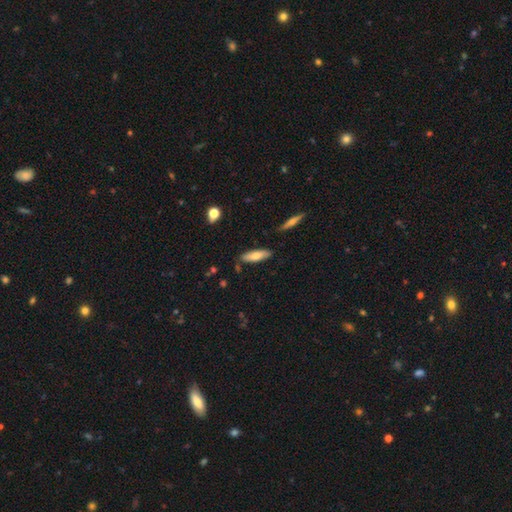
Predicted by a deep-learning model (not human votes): Q: Smooth or featured?
A: smooth (70%); runner-up: featured or disk (23%)
Q: How rounded?
A: cigar-shaped (56%); runner-up: in between (42%)
Q: Merging?
A: none (84%); runner-up: minor disturbance (12%)